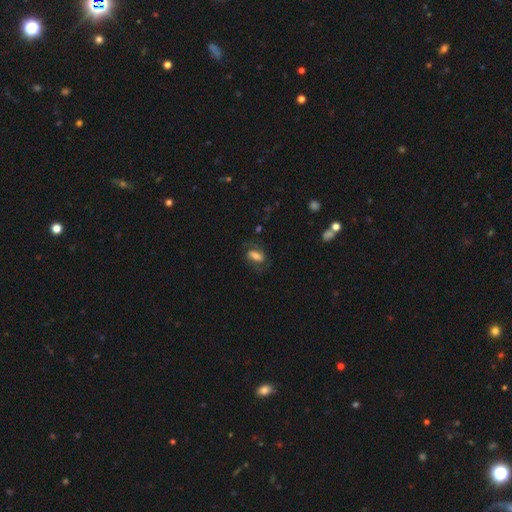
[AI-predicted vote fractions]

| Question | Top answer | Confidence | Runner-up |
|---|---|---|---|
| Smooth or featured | smooth | 50% | featured or disk (41%) |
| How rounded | in between | 84% | round (9%) |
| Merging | none | 63% | minor disturbance (20%) |